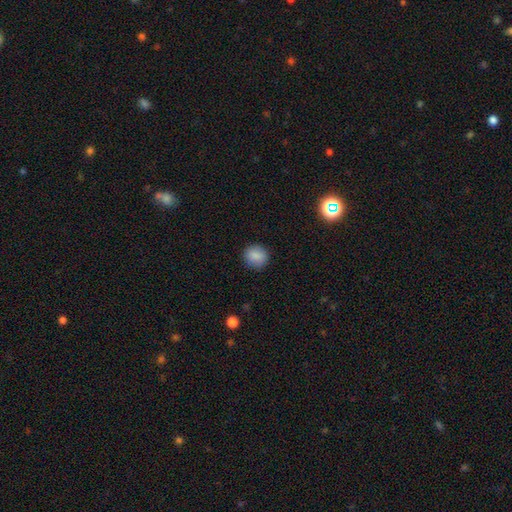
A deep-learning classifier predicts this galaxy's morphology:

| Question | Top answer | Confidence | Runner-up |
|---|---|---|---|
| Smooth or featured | smooth | 87% | star or artifact (9%) |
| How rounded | round | 86% | in between (13%) |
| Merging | none | 89% | minor disturbance (7%) |